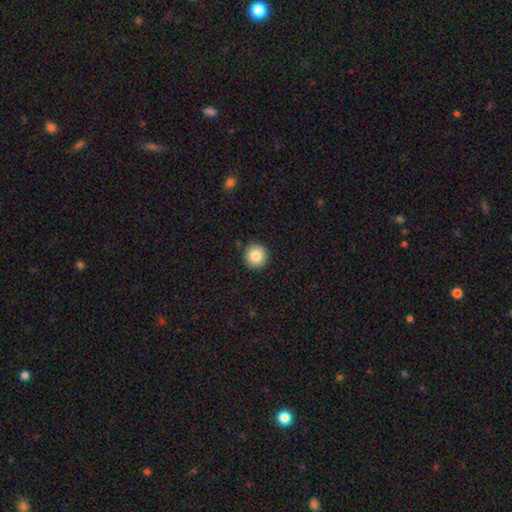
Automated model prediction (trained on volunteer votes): Morphology: type=smooth (83%); roundness=round (96%); merging=none (91%).